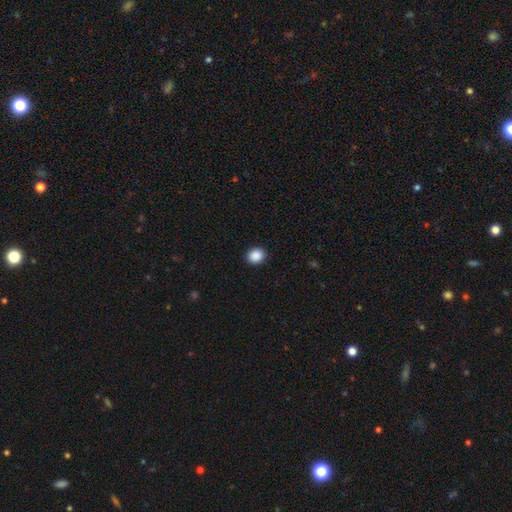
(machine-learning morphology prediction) type=smooth (89%); roundness=round (73%); merging=none (91%).